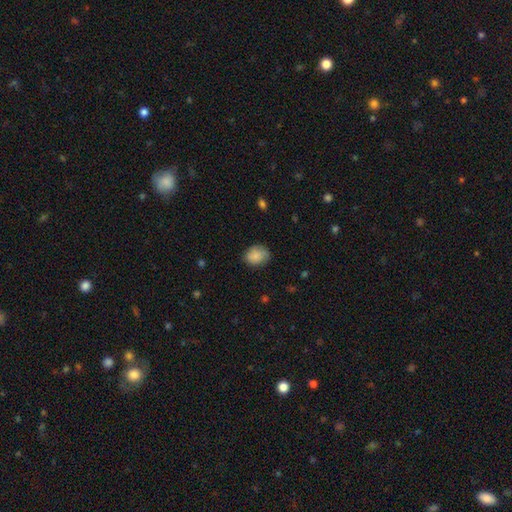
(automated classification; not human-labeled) This appears to be a smooth galaxy with no disk features (81%) that is in between round and cigar-shaped (53%). Merging: none (73%).